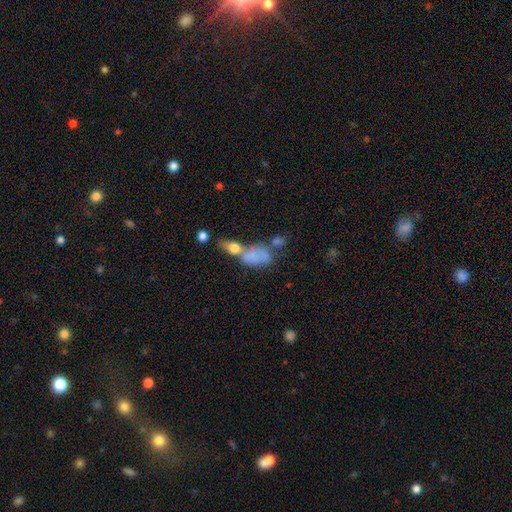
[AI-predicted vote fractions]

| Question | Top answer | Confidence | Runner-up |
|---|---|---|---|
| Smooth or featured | smooth | 65% | featured or disk (25%) |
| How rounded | in between | 81% | round (13%) |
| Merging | merger | 54% | none (20%) |